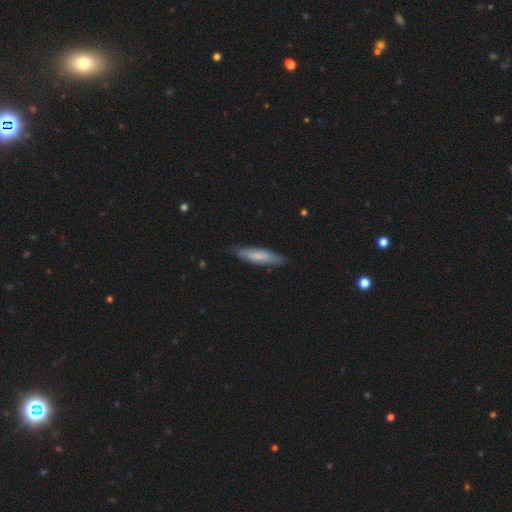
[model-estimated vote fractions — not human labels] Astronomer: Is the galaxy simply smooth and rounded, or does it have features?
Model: smooth — 69%.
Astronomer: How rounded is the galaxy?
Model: cigar-shaped — 75%.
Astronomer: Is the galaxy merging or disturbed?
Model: none — 84%.